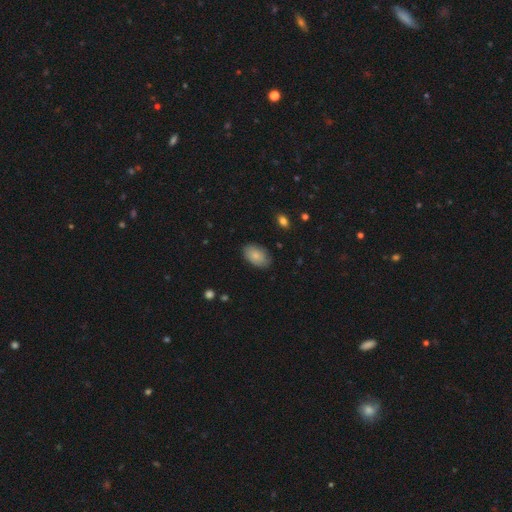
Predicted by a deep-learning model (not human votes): This appears to be a smooth galaxy with no disk features (83%) that is in between round and cigar-shaped (92%). Merging: none (83%).